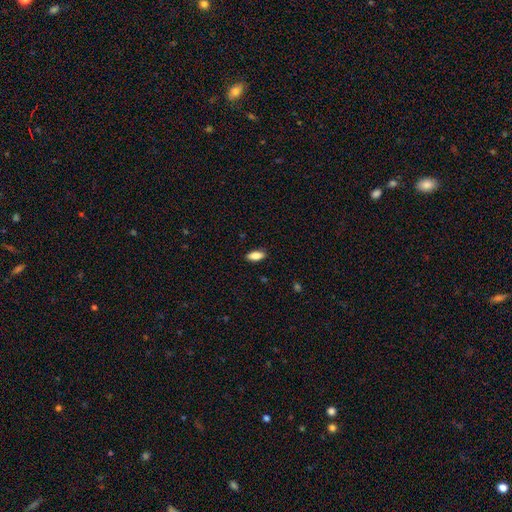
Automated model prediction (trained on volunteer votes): smooth-or-featured: smooth: 85% | featured or disk: 9% | star or artifact: 7%
  how-rounded: in between: 83% | cigar-shaped: 15% | round: 2%
  merging: none: 88% | minor disturbance: 9% | major disturbance: 2% | merger: 1%